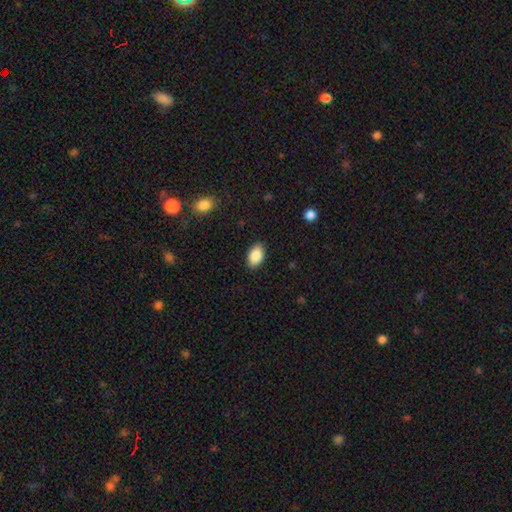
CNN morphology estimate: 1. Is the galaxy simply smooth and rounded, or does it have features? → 87% smooth, 7% star or artifact, 5% featured or disk.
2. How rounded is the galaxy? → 92% in between, 7% round, 1% cigar-shaped.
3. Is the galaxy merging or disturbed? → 87% none, 9% minor disturbance, 2% major disturbance, 1% merger.